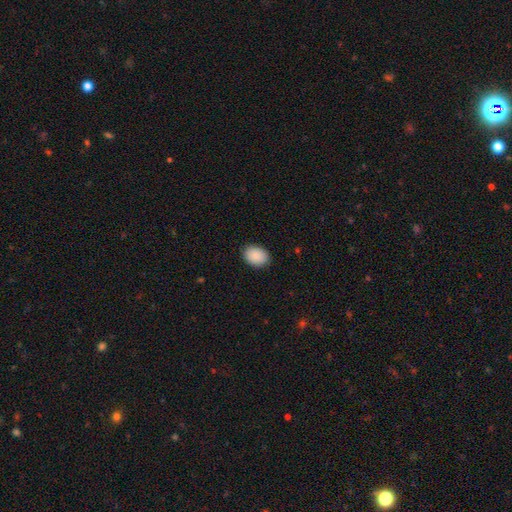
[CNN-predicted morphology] Smooth or featured: smooth — 90% (star or artifact — 7%)
How rounded: in between — 72% (round — 27%)
Merging: none — 89% (minor disturbance — 8%)